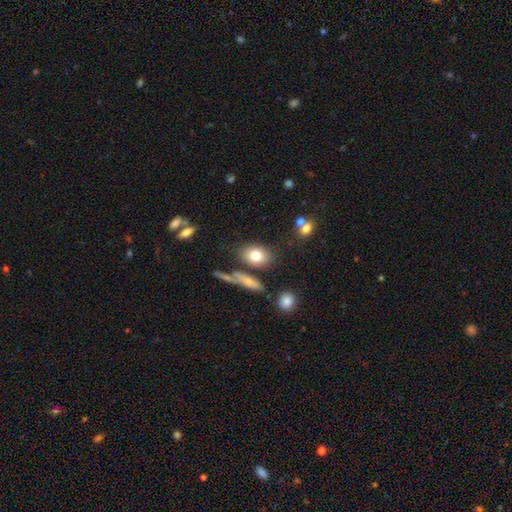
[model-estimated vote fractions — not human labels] Smooth or featured? Predicted: smooth (p=0.77). How rounded? Predicted: in between (p=0.69). Merging? Predicted: none (p=0.69).